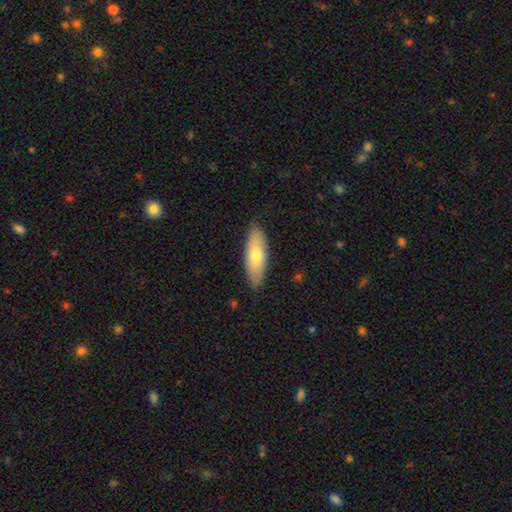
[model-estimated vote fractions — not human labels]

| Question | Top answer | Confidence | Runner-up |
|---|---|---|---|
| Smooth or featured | smooth | 70% | featured or disk (25%) |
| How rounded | in between | 64% | cigar-shaped (34%) |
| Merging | none | 86% | minor disturbance (11%) |